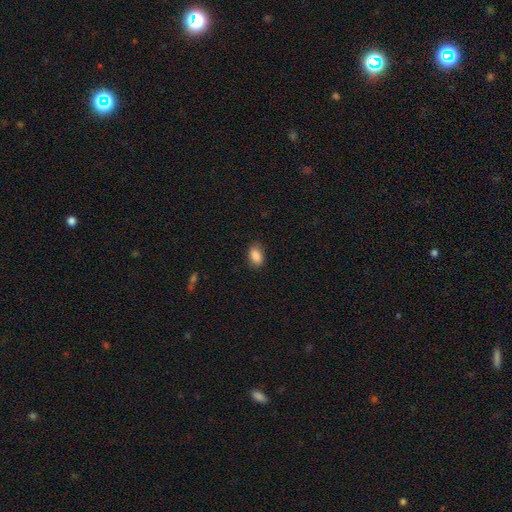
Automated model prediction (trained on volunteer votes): A smooth galaxy with no disk features (88%) that is in between round and cigar-shaped (89%).

Vote fractions:
- Smooth or featured? smooth: 88% / star or artifact: 8% / featured or disk: 4%
- How rounded? in between: 89% / round: 9% / cigar-shaped: 2%
- Merging? none: 84% / minor disturbance: 12% / major disturbance: 3% / merger: 1%